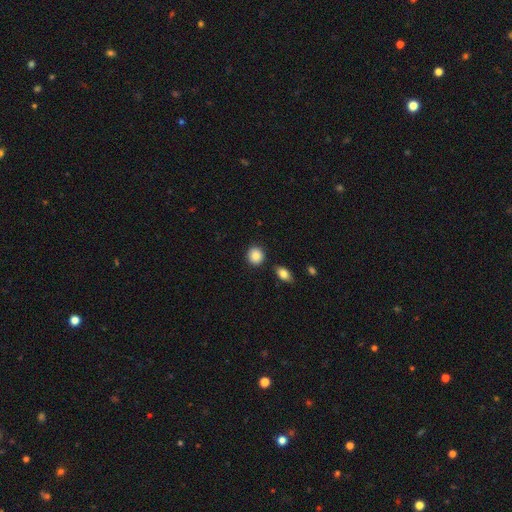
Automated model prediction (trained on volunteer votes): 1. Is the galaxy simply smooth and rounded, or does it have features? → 86% smooth, 8% star or artifact, 6% featured or disk.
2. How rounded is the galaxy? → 85% round, 14% in between, 1% cigar-shaped.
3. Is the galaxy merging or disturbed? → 87% none, 7% minor disturbance, 4% merger, 2% major disturbance.